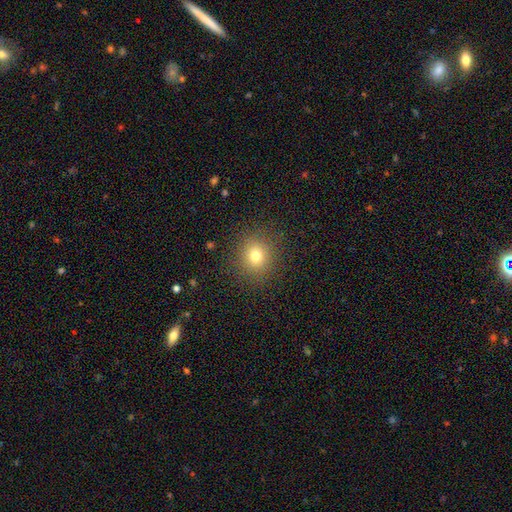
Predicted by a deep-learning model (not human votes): Smooth or featured?
  - smooth: 76% *
  - star or artifact: 16%
  - featured or disk: 9%
How rounded?
  - round: 86% *
  - in between: 13%
  - cigar-shaped: 1%
Merging?
  - none: 89% *
  - minor disturbance: 7%
  - major disturbance: 3%
  - merger: 1%